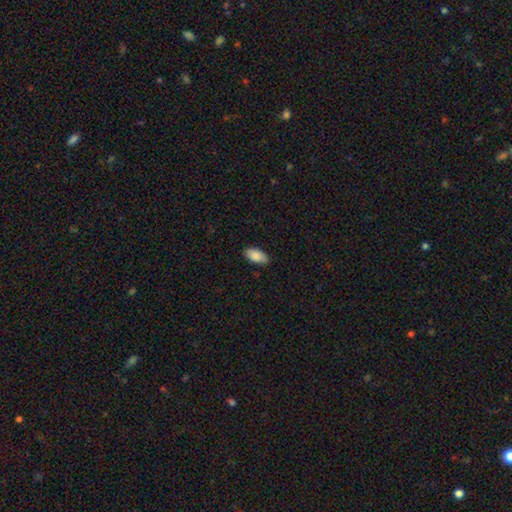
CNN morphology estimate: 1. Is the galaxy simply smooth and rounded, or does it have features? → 88% smooth, 6% star or artifact, 6% featured or disk.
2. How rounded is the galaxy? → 93% in between, 5% cigar-shaped, 2% round.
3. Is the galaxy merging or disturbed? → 84% none, 13% minor disturbance, 2% major disturbance, 1% merger.